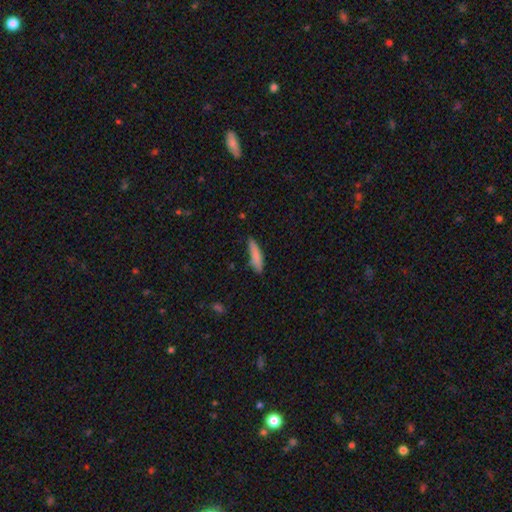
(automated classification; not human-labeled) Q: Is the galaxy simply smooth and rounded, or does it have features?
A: smooth — 81%.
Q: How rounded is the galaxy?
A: cigar-shaped — 78%.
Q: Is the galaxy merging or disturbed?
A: none — 68%.